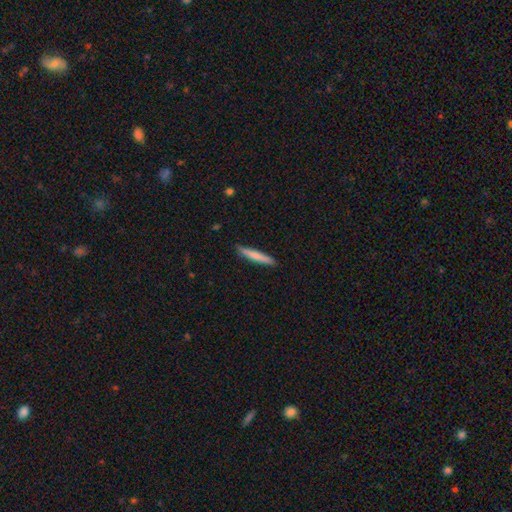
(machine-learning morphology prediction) Q: Smooth or featured?
A: smooth (73%); runner-up: featured or disk (21%)
Q: How rounded?
A: cigar-shaped (95%); runner-up: in between (4%)
Q: Merging?
A: none (89%); runner-up: minor disturbance (8%)